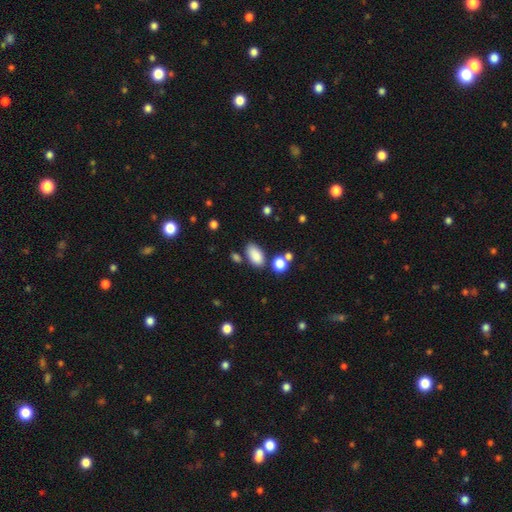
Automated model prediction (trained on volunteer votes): This is clearly a smooth galaxy (85%). How rounded: clearly in between (92%). Merging: likely none (70%).